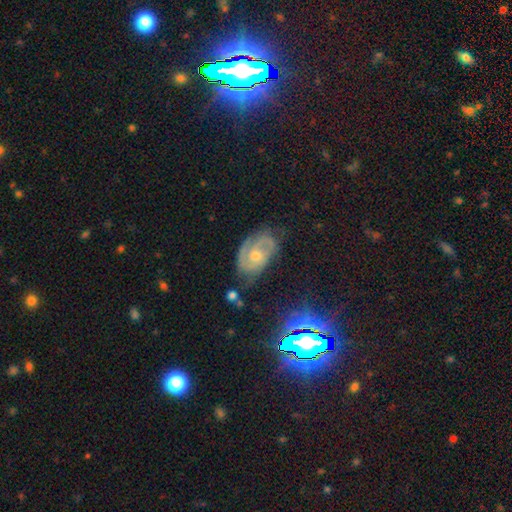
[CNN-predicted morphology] Smooth or featured: featured or disk — 78% (smooth — 12%)
Edge-on disk: no — 96% (yes — 4%)
Bar: no — 68% (weak — 27%)
Spiral arms: yes — 94% (no — 6%)
Spiral winding: tight — 54% (medium — 36%)
Spiral arm count: 2 — 51% (can't tell — 23%)
Bulge size: moderate — 51% (small — 44%)
Merging: none — 67% (minor disturbance — 22%)